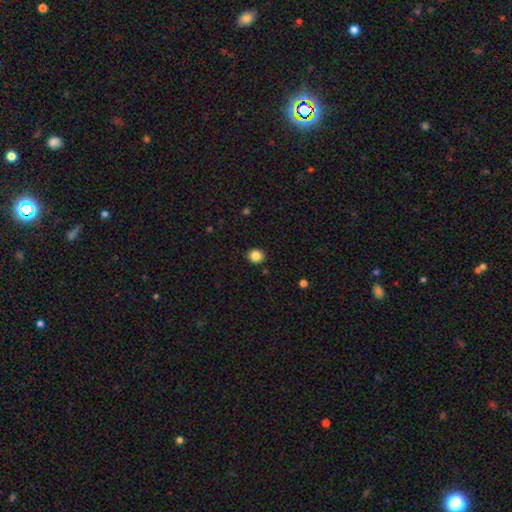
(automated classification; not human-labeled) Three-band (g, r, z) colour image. It shows a smooth galaxy with no disk features (85%) that is round (83%). Merging: none (91%).